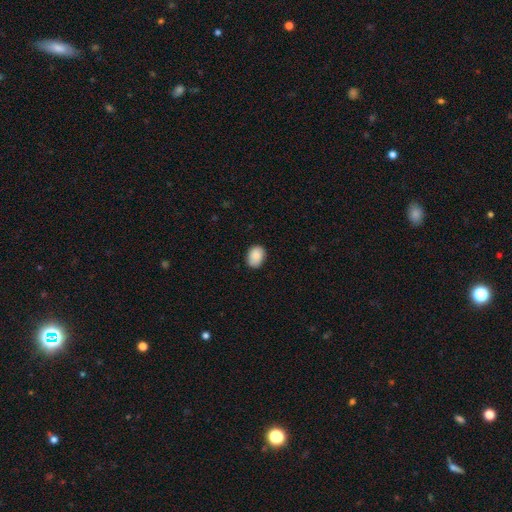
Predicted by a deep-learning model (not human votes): smooth 88%, star or artifact 7%, featured or disk 5%. Down the decision tree: how rounded — in between (72%); merging — none (83%).